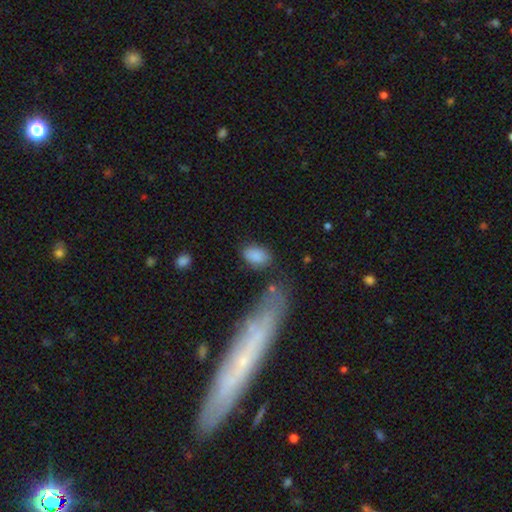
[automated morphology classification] The model was most divided on "merging": none: 69%, minor disturbance: 18%, merger: 7%, major disturbance: 7%. More confident: how rounded — in between (88%); smooth or featured — smooth (85%).